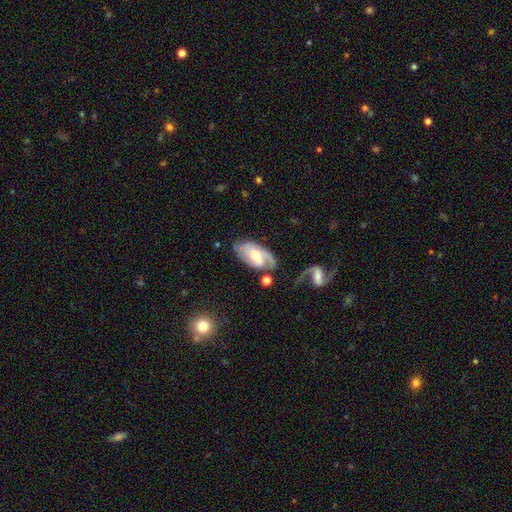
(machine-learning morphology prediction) Overall: featured or disk (73%). Edge-on disk: no (94%). Bar: no (47%; weak 41%). Spiral arms: yes (90%). Spiral arm count: 2 (56%; can't tell 19%). Spiral winding: medium (42%; tight 37%). Bulge size: moderate (57%; small 35%). Merging: none (60%; minor disturbance 22%).